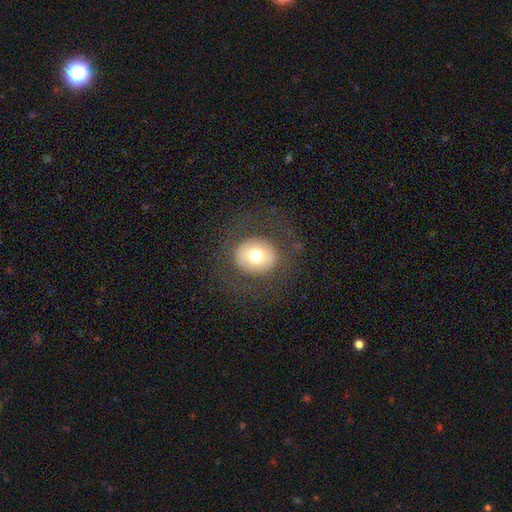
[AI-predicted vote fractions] Morphology: type=smooth (67%); roundness=round (81%); merging=none (81%).